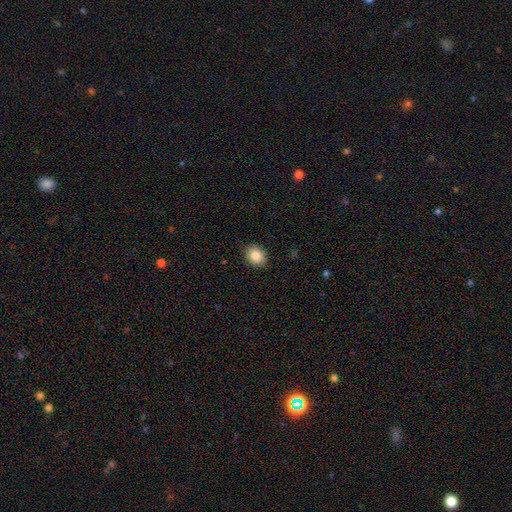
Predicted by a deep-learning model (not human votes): smooth_or_featured: smooth (p=0.85) [alt: star or artifact p=0.08]
how_rounded: in between (p=0.54) [alt: round p=0.45]
merging: none (p=0.89) [alt: minor disturbance p=0.08]